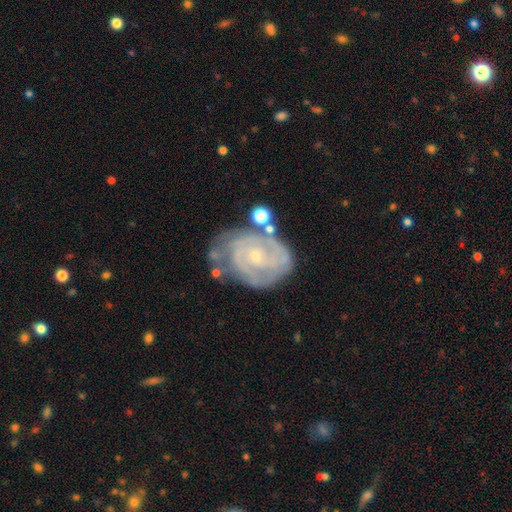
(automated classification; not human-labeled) Smooth or featured? featured or disk (84%)
Edge-on disk? no (97%)
Bar? no (72%)
Spiral arms? yes (93%)
Spiral winding? tight (73%)
Spiral arm count? can't tell (35%)
Bulge size? small (79%)
Merging? none (58%)